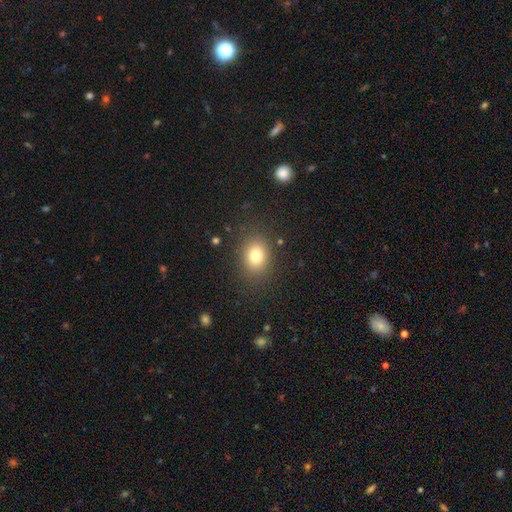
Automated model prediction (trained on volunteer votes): Smooth or featured? smooth (79%)
How rounded? in between (52%)
Merging? none (85%)